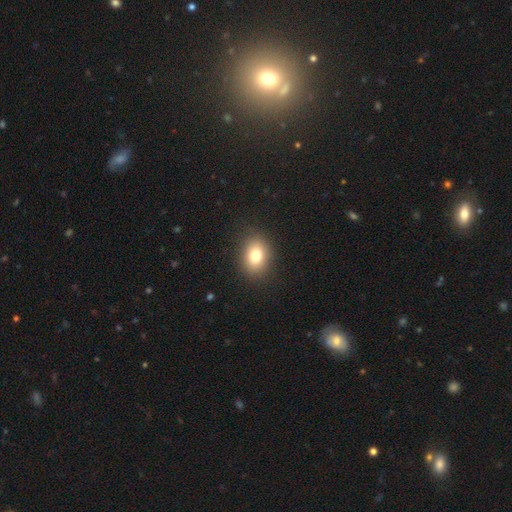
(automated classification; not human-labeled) A smooth galaxy with no disk features (79%) that is in between round and cigar-shaped (63%).

Vote fractions:
- Smooth or featured? smooth: 79% / star or artifact: 11% / featured or disk: 10%
- How rounded? in between: 63% / round: 36% / cigar-shaped: 1%
- Merging? none: 87% / minor disturbance: 9% / major disturbance: 3% / merger: 1%